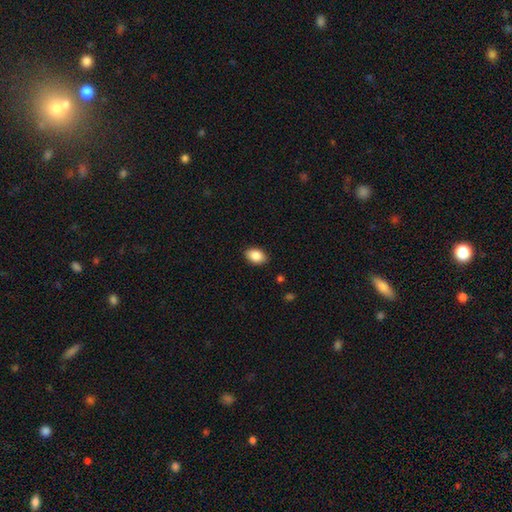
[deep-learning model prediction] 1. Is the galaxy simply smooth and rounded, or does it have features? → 87% smooth, 8% star or artifact, 5% featured or disk.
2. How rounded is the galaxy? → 85% in between, 14% round, 1% cigar-shaped.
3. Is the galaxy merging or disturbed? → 88% none, 9% minor disturbance, 2% major disturbance, 1% merger.